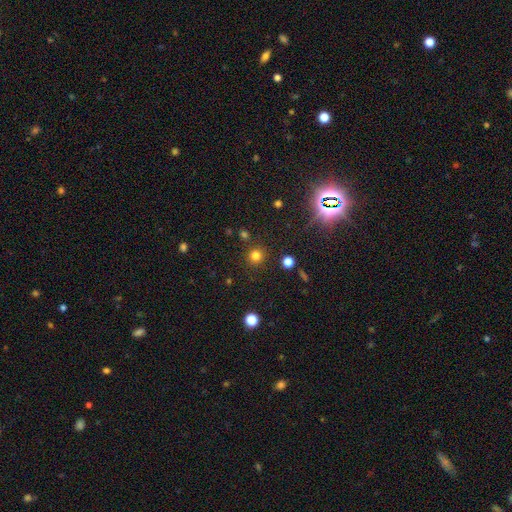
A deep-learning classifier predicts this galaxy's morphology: Q: Smooth or featured?
A: smooth (77%); runner-up: star or artifact (18%)
Q: How rounded?
A: round (94%); runner-up: in between (5%)
Q: Merging?
A: none (88%); runner-up: minor disturbance (6%)